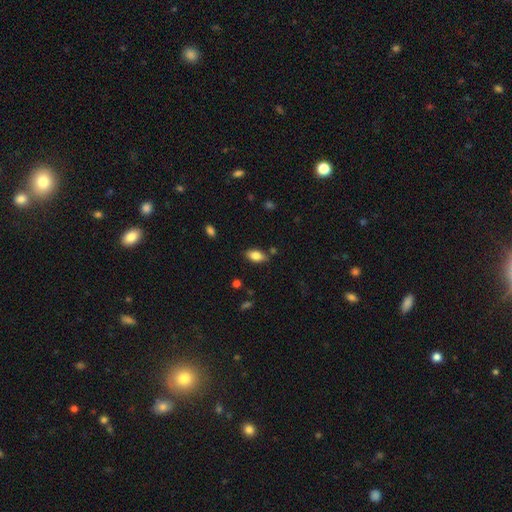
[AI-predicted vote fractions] Smooth or featured? smooth (82%)
How rounded? in between (90%)
Merging? none (80%)